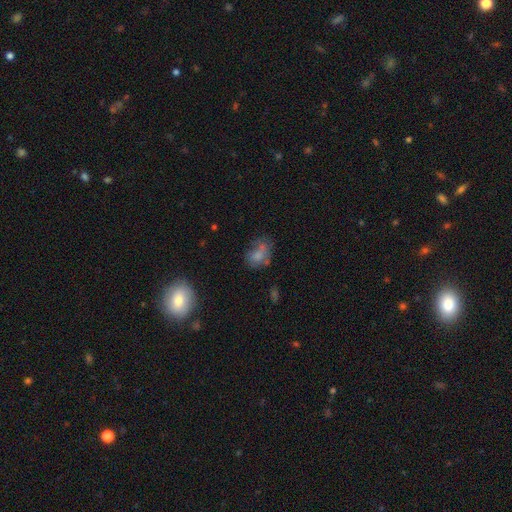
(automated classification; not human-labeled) This is possibly a smooth galaxy (52%). How rounded: likely in between (61%). Merging: possibly none (51%).